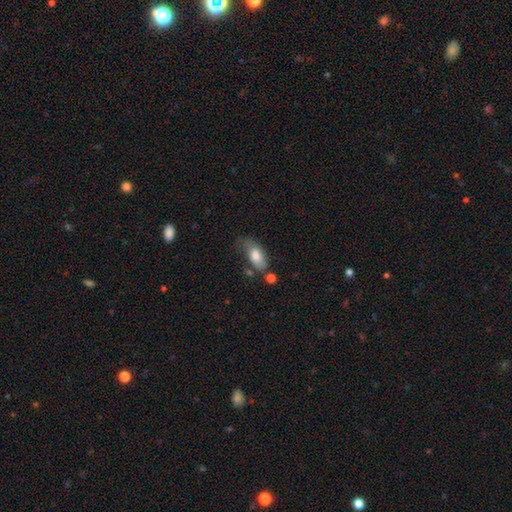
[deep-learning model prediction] smooth 75%, featured or disk 17%, star or artifact 8%. Down the decision tree: how rounded — in between (88%); merging — none (39%).